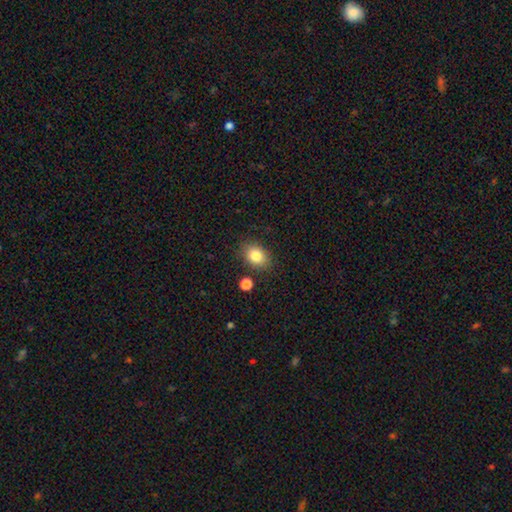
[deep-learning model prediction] smooth 84%, star or artifact 9%, featured or disk 7%. Down the decision tree: how rounded — in between (69%); merging — none (82%).